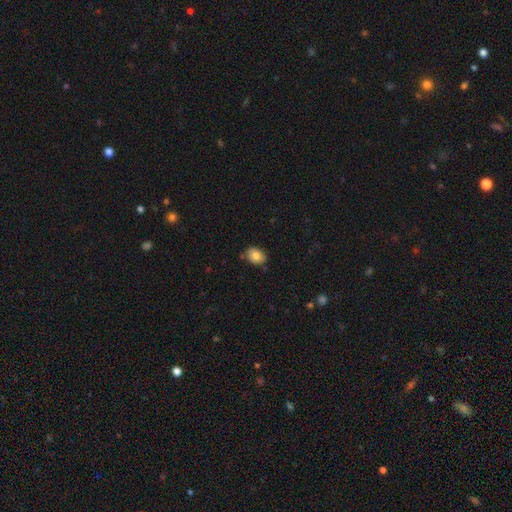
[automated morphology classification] A smooth galaxy with no disk features (80%) that is in between round and cigar-shaped (64%). Merging: none (81%).